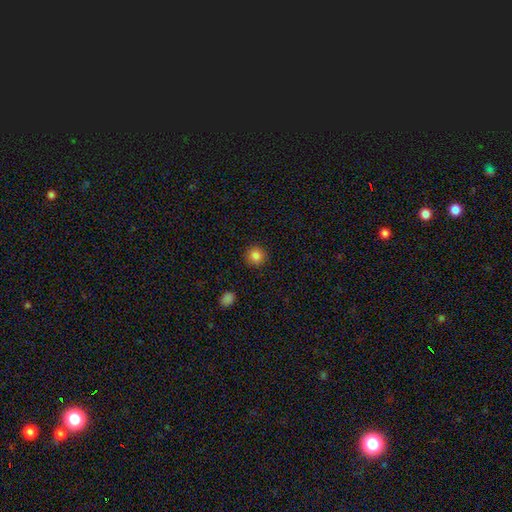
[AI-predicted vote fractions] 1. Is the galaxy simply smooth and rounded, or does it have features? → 85% smooth, 11% star or artifact, 4% featured or disk.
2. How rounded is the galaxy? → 92% round, 7% in between, 1% cigar-shaped.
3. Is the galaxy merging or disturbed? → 91% none, 6% minor disturbance, 2% major disturbance, 1% merger.